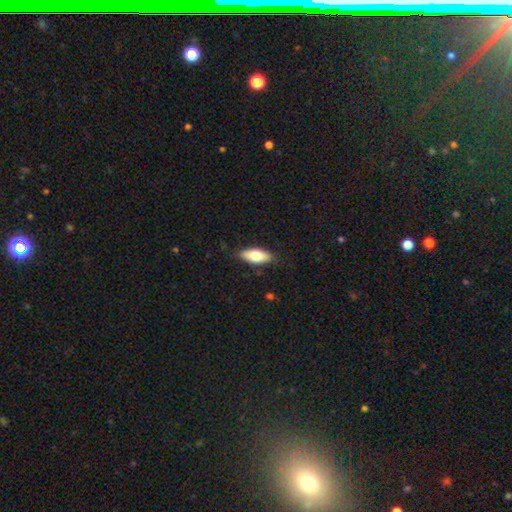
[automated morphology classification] A smooth galaxy with no disk features (73%) that is in between round and cigar-shaped (81%). Merging: none (84%).